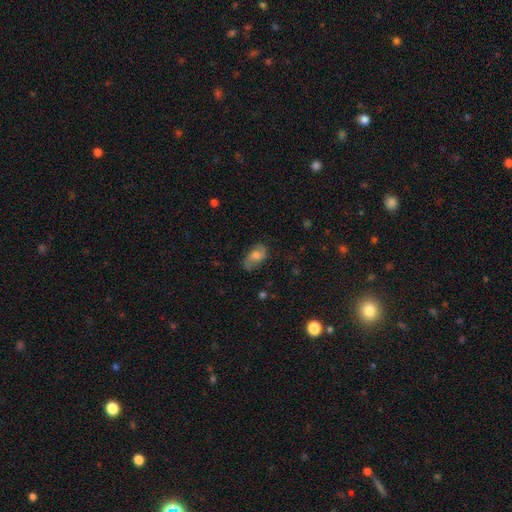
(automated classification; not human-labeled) Overall: smooth (48%; featured or disk 43%). Merging: none (70%).